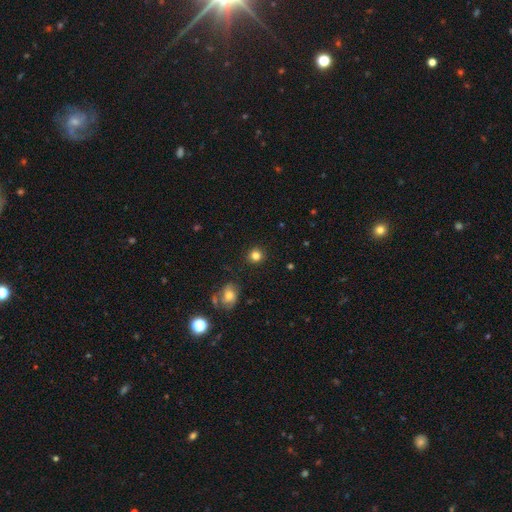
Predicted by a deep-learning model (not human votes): The model was most divided on "smooth or featured": smooth: 82%, star or artifact: 12%, featured or disk: 6%. More confident: how rounded — round (90%); merging — none (89%).